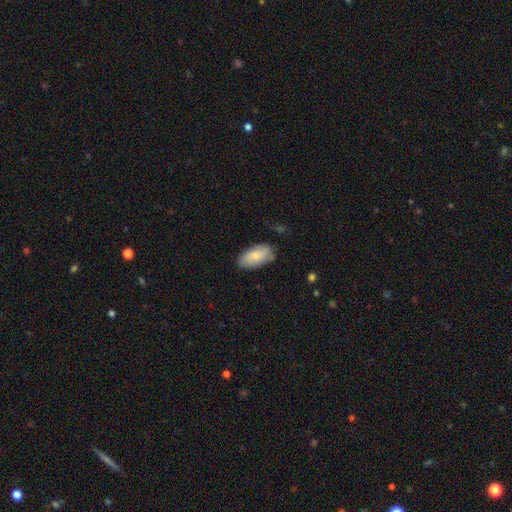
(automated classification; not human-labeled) smooth_or_featured: smooth (p=0.79) [alt: featured or disk p=0.15]
how_rounded: in between (p=0.94) [alt: cigar-shaped p=0.04]
merging: none (p=0.77) [alt: minor disturbance p=0.18]